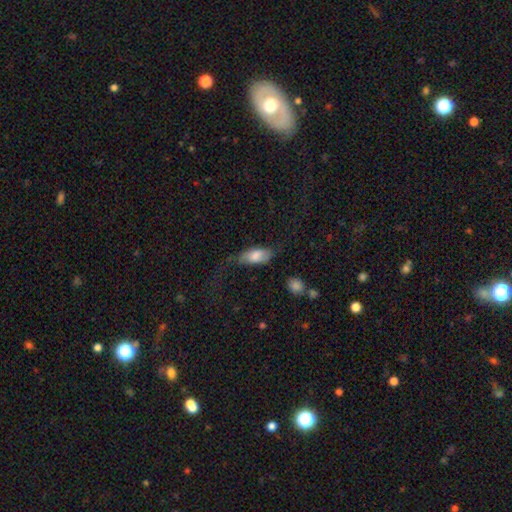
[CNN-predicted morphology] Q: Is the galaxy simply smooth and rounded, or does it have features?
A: smooth — 72%.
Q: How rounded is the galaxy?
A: in between — 86%.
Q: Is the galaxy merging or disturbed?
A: none — 39%.